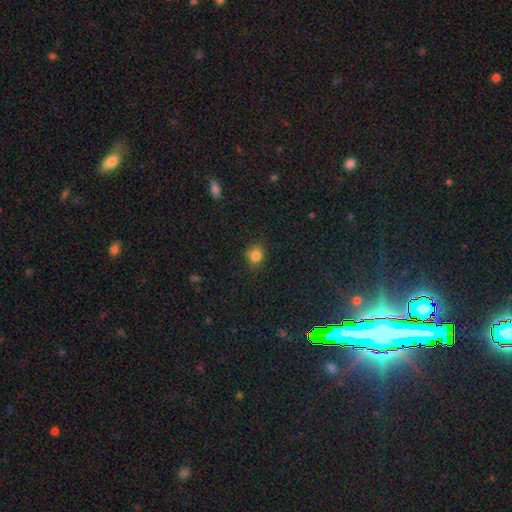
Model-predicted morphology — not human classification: This appears to be a smooth galaxy with no disk features (81%) that is round (72%). Merging: none (81%).